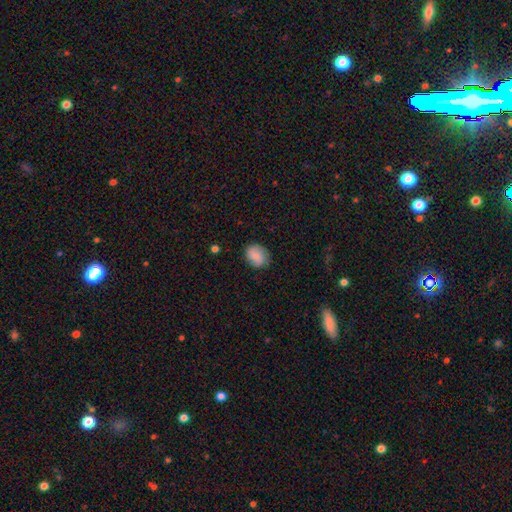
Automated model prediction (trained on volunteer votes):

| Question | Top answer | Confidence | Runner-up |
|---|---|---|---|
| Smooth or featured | smooth | 73% | featured or disk (19%) |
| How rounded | round | 57% | in between (42%) |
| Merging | none | 78% | minor disturbance (17%) |